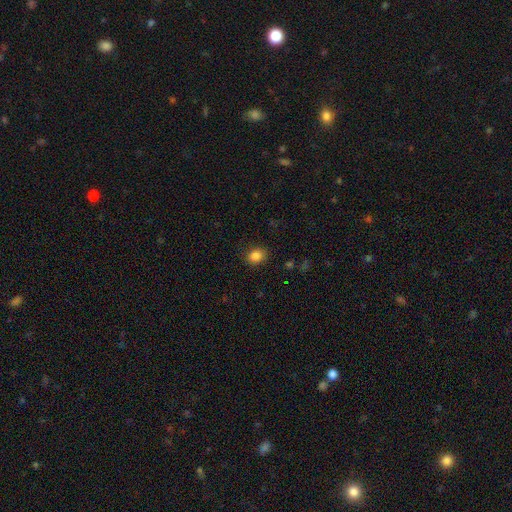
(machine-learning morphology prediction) Smooth or featured: smooth — 85% (star or artifact — 11%)
How rounded: round — 56% (in between — 43%)
Merging: none — 87% (minor disturbance — 9%)